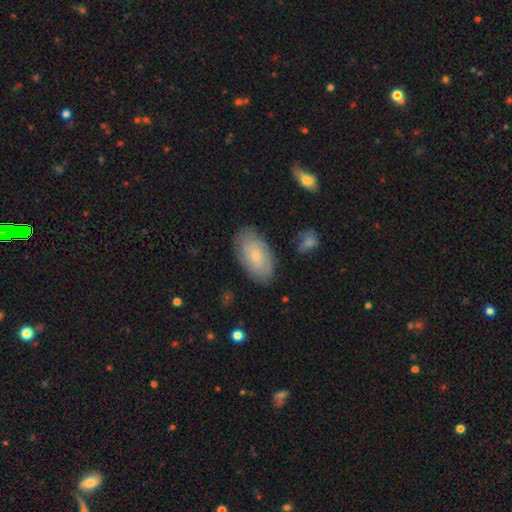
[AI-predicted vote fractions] Overall: smooth (64%; featured or disk 30%). How rounded: in between (94%). Merging: none (81%).